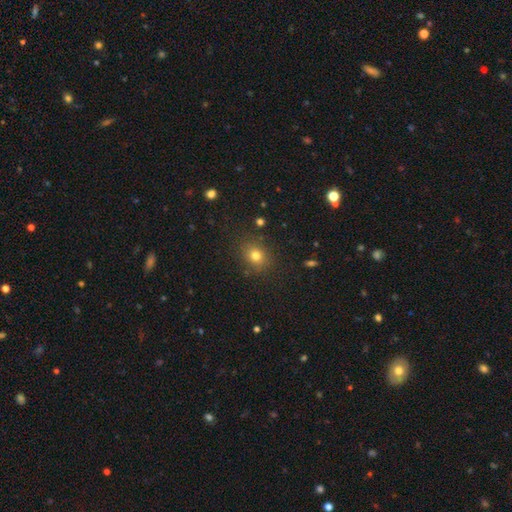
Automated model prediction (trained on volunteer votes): Smooth or featured?
  - smooth: 77% *
  - star or artifact: 15%
  - featured or disk: 8%
How rounded?
  - round: 63% *
  - in between: 36%
  - cigar-shaped: 1%
Merging?
  - none: 85% *
  - minor disturbance: 10%
  - major disturbance: 3%
  - merger: 2%